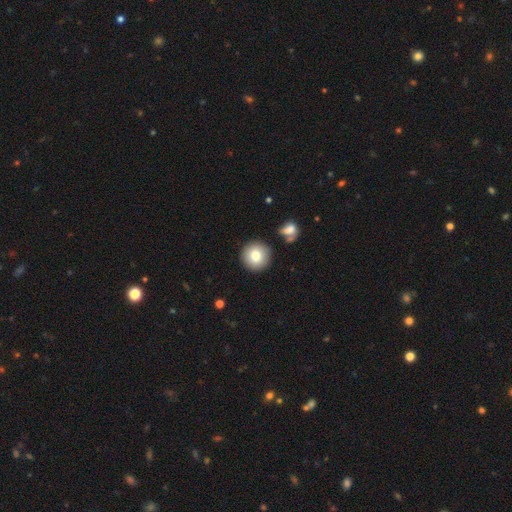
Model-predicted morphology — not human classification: type=smooth (80%); roundness=round (95%); merging=none (85%).